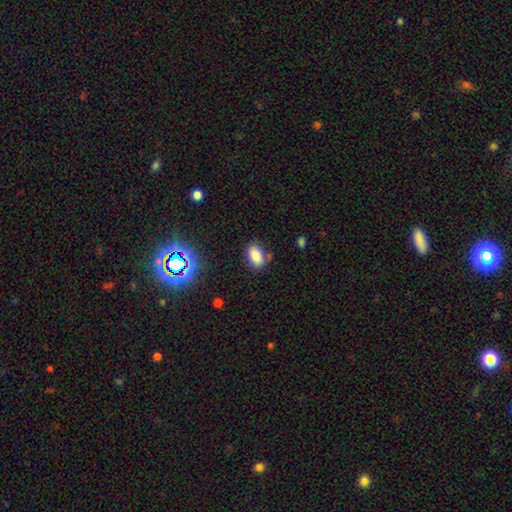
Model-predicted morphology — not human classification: This is clearly a smooth galaxy (82%). How rounded: clearly in between (88%). Merging: likely none (78%).